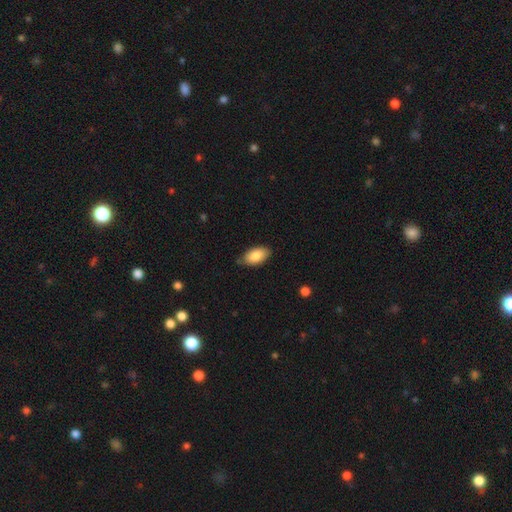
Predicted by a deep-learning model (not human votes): Q: Smooth or featured?
A: smooth (85%); runner-up: featured or disk (8%)
Q: How rounded?
A: in between (94%); runner-up: round (3%)
Q: Merging?
A: none (79%); runner-up: minor disturbance (17%)